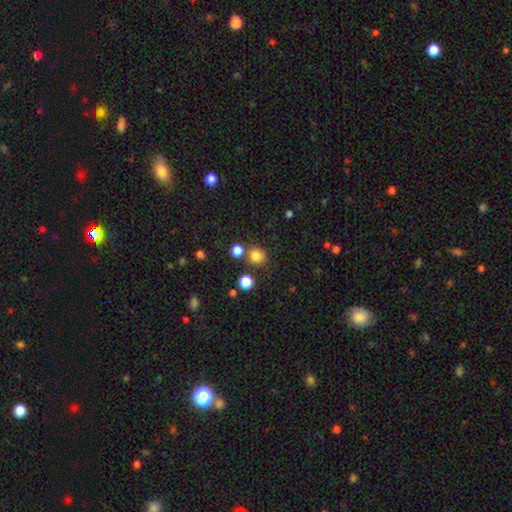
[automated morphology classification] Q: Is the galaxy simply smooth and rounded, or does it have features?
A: smooth — 81%.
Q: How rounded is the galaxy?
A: round — 88%.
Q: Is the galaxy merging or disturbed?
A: none — 77%.